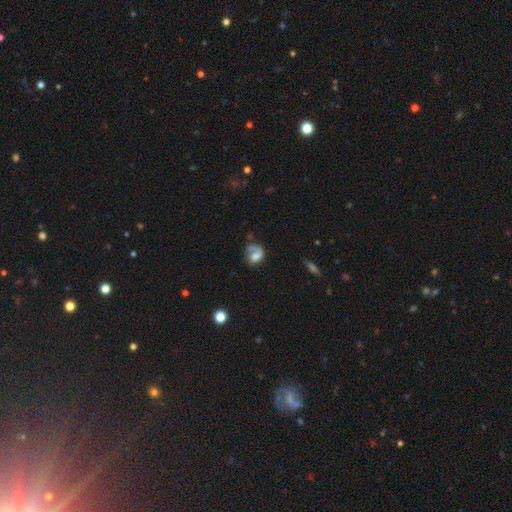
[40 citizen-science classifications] Smooth or featured?
  - featured or disk: 65% *
  - smooth: 32%
  - star or artifact: 2%
Edge-on disk?
  - no: 100% *
  - yes: 0%
Bar?
  - no: 81% *
  - weak: 15%
  - strong: 4%
Spiral arms?
  - yes: 85% *
  - no: 15%
Spiral winding?
  - medium: 45% *
  - loose: 41%
  - tight: 14%
Spiral arm count?
  - 1: 95% *
  - 2: 5%
  - 3: 0%
  - 4: 0%
  - more than 4: 0%
  - can't tell: 0%
Bulge size?
  - large: 35% *
  - moderate: 31%
  - small: 23%
  - none: 8%
  - dominant: 4%
Merging?
  - none: 49% *
  - major disturbance: 36%
  - minor disturbance: 10%
  - merger: 5%